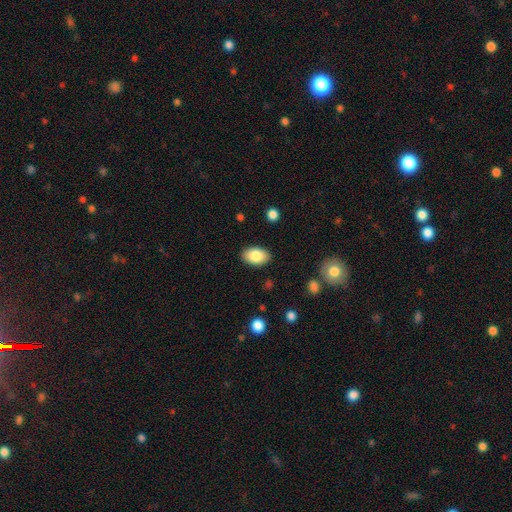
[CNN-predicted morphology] smooth_or_featured: smooth (p=0.85) [alt: featured or disk p=0.08]
how_rounded: in between (p=0.91) [alt: round p=0.08]
merging: none (p=0.88) [alt: minor disturbance p=0.09]